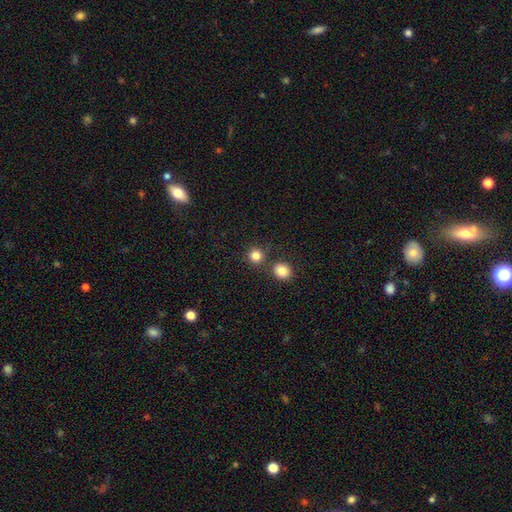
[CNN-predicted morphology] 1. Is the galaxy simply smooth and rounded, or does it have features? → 84% smooth, 12% star or artifact, 5% featured or disk.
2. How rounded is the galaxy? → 91% round, 8% in between, 1% cigar-shaped.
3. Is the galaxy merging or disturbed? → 77% none, 13% merger, 7% minor disturbance, 3% major disturbance.